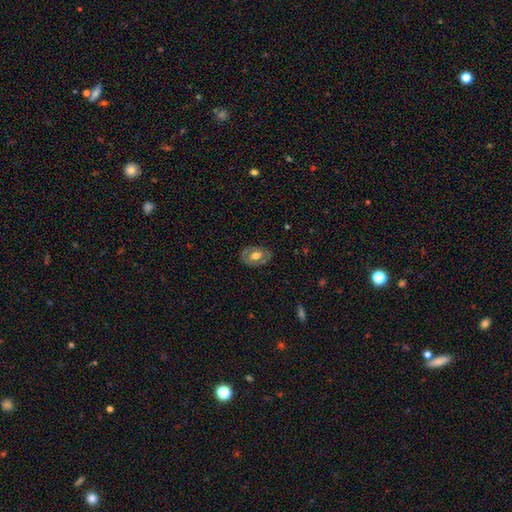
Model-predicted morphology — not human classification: Overall: featured or disk (47%; smooth 46%). Merging: none (78%).